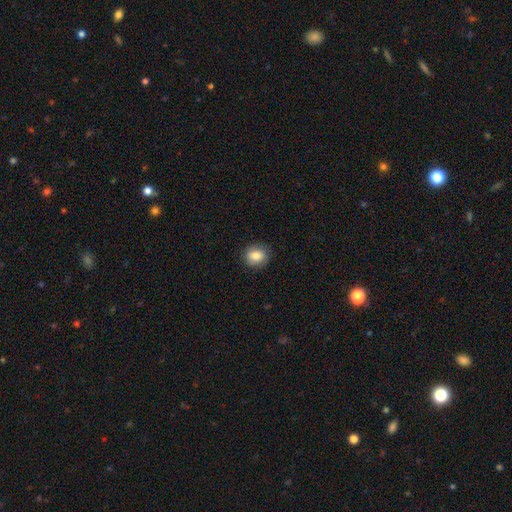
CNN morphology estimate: smooth_or_featured: smooth (p=0.81) [alt: featured or disk p=0.11]
how_rounded: round (p=0.64) [alt: in between p=0.35]
merging: none (p=0.86) [alt: minor disturbance p=0.10]